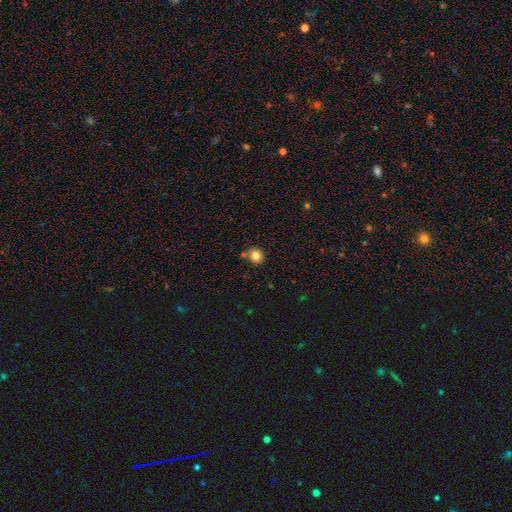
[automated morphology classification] smooth_or_featured: smooth (p=0.81) [alt: star or artifact p=0.12]
how_rounded: round (p=0.83) [alt: in between p=0.16]
merging: none (p=0.79) [alt: minor disturbance p=0.11]